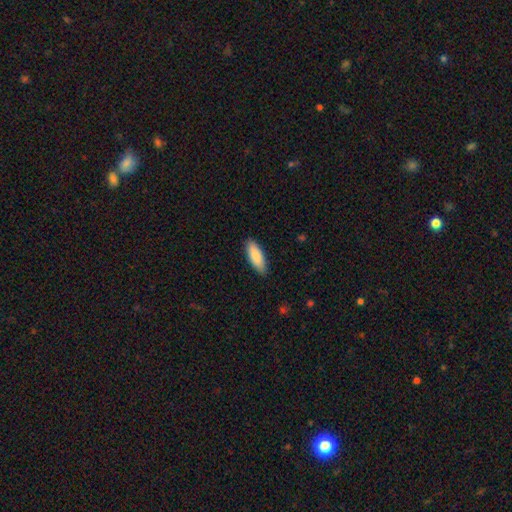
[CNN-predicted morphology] This is clearly a smooth galaxy (87%). How rounded: likely in between (66%). Merging: clearly none (87%).